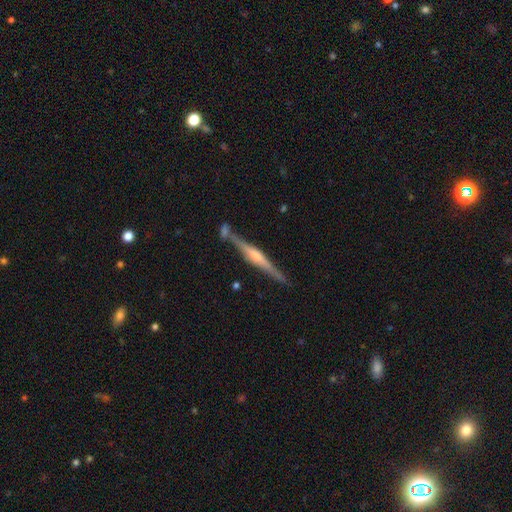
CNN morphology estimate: Smooth or featured? Predicted: featured or disk (p=0.78). Edge-on disk? Predicted: yes (p=0.98). Edge-on bulge? Predicted: rounded (p=0.67). Merging? Predicted: none (p=0.78).